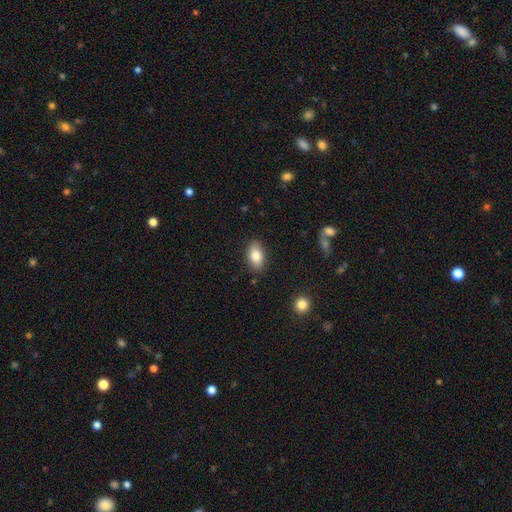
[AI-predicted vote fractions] Q: Smooth or featured?
A: smooth (85%); runner-up: featured or disk (8%)
Q: How rounded?
A: in between (92%); runner-up: round (6%)
Q: Merging?
A: none (86%); runner-up: minor disturbance (10%)